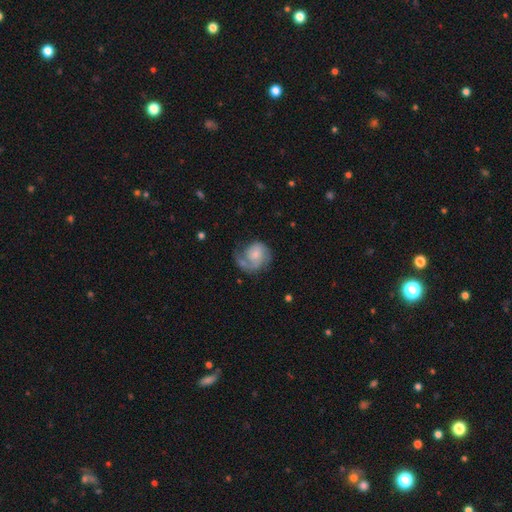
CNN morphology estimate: Smooth or featured?
  - featured or disk: 64% *
  - smooth: 30%
  - star or artifact: 7%
Edge-on disk?
  - no: 98% *
  - yes: 2%
Bar?
  - no: 73% *
  - weak: 24%
  - strong: 3%
Spiral arms?
  - yes: 89% *
  - no: 11%
Spiral winding?
  - medium: 38% *
  - tight: 37%
  - loose: 25%
Spiral arm count?
  - 1: 56% *
  - 2: 27%
  - can't tell: 10%
  - 3: 4%
  - 4: 1%
  - more than 4: 1%
Bulge size?
  - small: 53% *
  - moderate: 28%
  - none: 12%
  - large: 5%
  - dominant: 2%
Merging?
  - none: 44% *
  - major disturbance: 27%
  - minor disturbance: 22%
  - merger: 6%